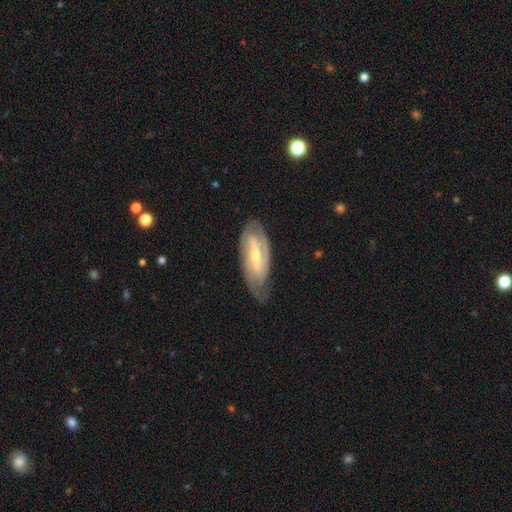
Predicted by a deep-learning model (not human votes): This is clearly a featured or disk galaxy (81%). It is clearly not viewed edge-on (90%). Bar: possibly strong (51%). Spiral arm pattern: clearly yes (91%). Spiral arm count: likely 2 (76%). Spiral winding: marginally tight (41%, tied with medium). Central bulge: possibly small (52%). Merging: likely none (69%).